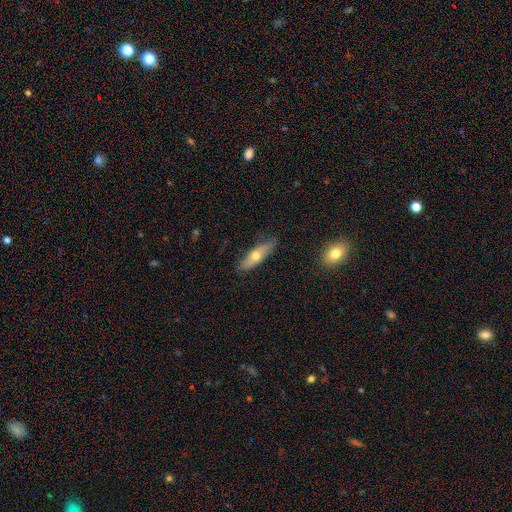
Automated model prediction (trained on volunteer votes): A smooth galaxy with no disk features (57%) that is cigar-shaped (57%).

Vote fractions:
- Smooth or featured? smooth: 57% / featured or disk: 36% / star or artifact: 6%
- How rounded? cigar-shaped: 57% / in between: 40% / round: 3%
- Merging? none: 77% / minor disturbance: 18% / major disturbance: 3% / merger: 1%